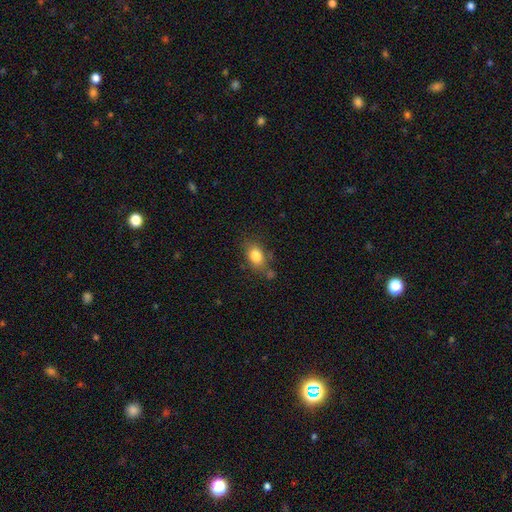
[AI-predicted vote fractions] smooth-or-featured: smooth: 82% | star or artifact: 9% | featured or disk: 9%
  how-rounded: in between: 77% | round: 21% | cigar-shaped: 2%
  merging: none: 68% | minor disturbance: 19% | merger: 7% | major disturbance: 6%